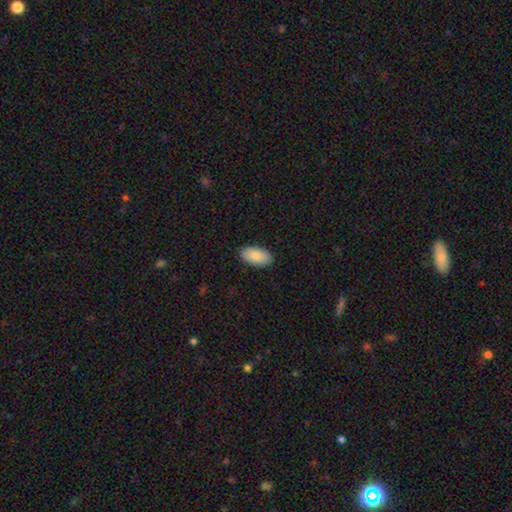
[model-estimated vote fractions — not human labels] Morphology: type=smooth (87%); roundness=in between (95%); merging=none (89%).